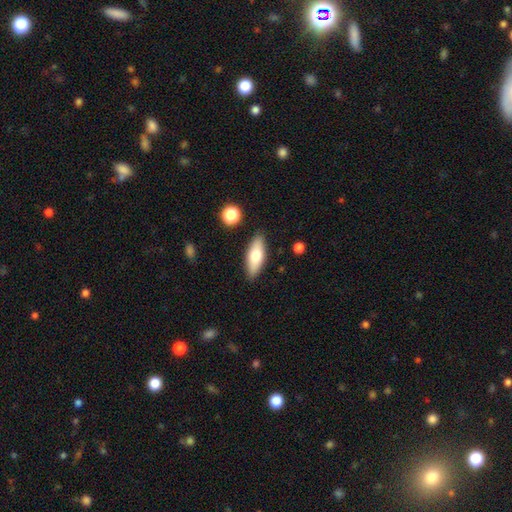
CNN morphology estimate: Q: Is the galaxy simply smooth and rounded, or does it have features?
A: smooth — 69%.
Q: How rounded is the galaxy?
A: in between — 73%.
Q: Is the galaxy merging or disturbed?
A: none — 86%.